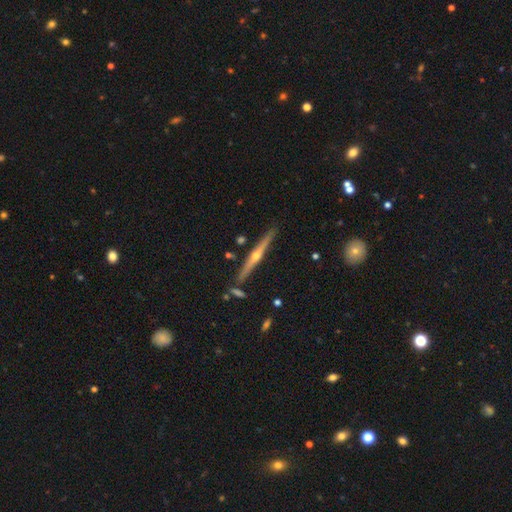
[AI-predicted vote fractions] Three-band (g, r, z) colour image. It shows a featured or disk galaxy (81%) viewed edge-on (98%) with a rounded central bulge (89%). Merging: none (88%).